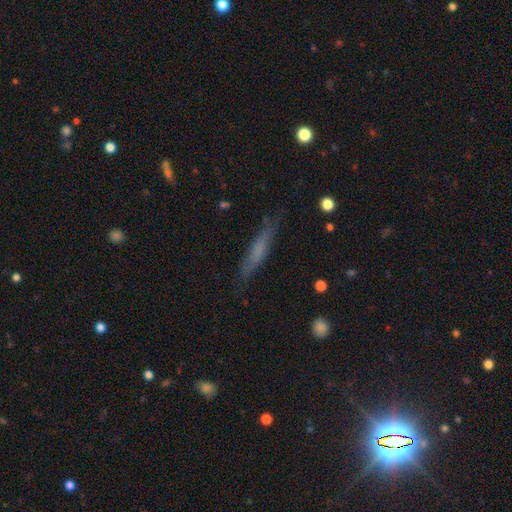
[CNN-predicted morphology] Overall: smooth (44%; featured or disk 40%). Merging: none (84%).